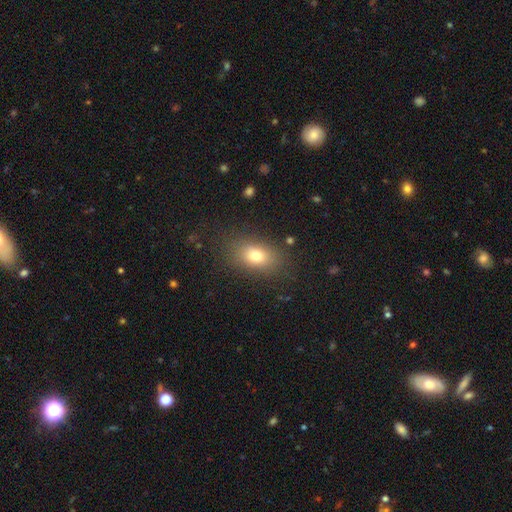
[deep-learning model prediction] Morphology: type=smooth (75%); roundness=in between (77%); merging=none (82%).